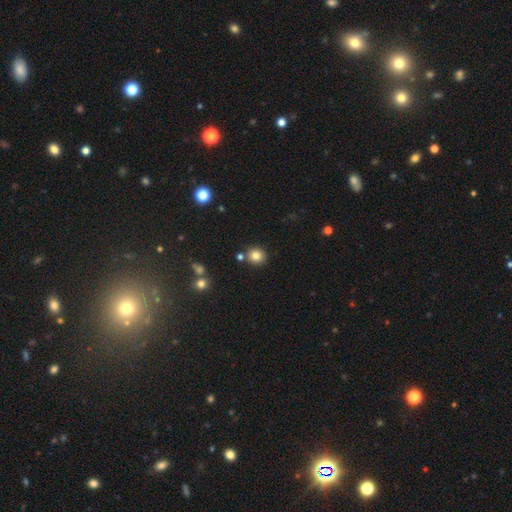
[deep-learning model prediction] Overall: smooth (81%). How rounded: round (85%). Merging: none (82%).